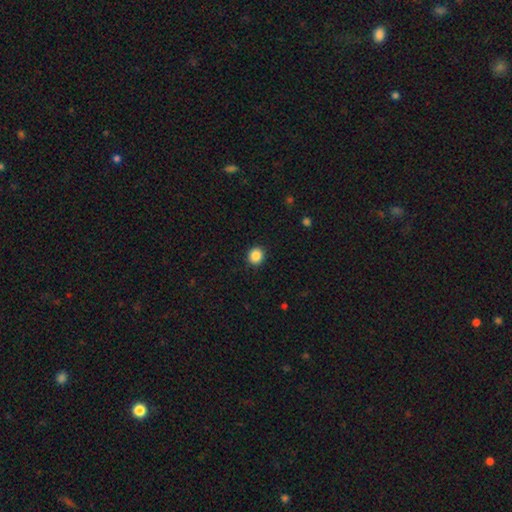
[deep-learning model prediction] Overall: smooth (87%). How rounded: round (89%). Merging: none (92%).